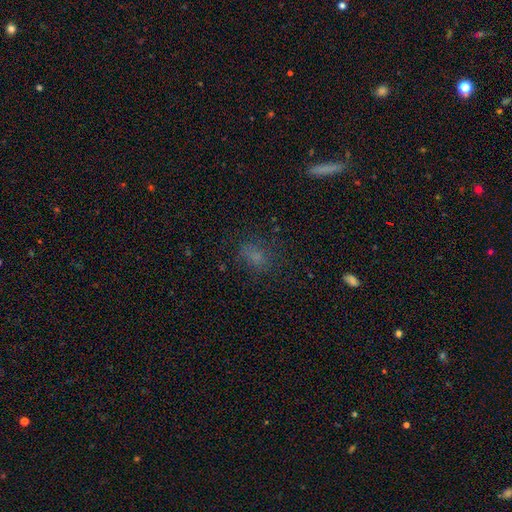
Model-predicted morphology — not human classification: Smooth or featured?
  - smooth: 66% *
  - star or artifact: 22%
  - featured or disk: 12%
How rounded?
  - in between: 62% *
  - round: 34%
  - cigar-shaped: 4%
Merging?
  - none: 70% *
  - minor disturbance: 17%
  - major disturbance: 10%
  - merger: 2%